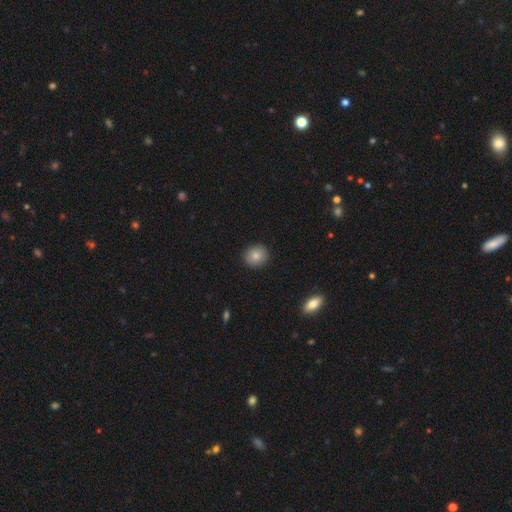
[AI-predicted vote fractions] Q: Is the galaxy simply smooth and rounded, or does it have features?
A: smooth — 84%.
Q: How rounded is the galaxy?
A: round — 86%.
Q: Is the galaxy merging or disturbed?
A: none — 91%.